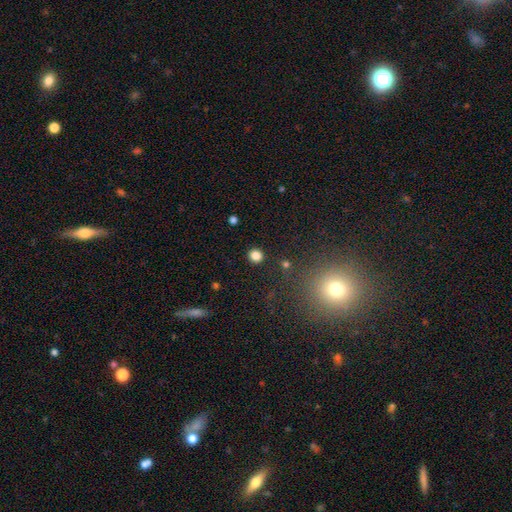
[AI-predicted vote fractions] A smooth galaxy with no disk features (83%) that is round (90%). Merging: none (91%).